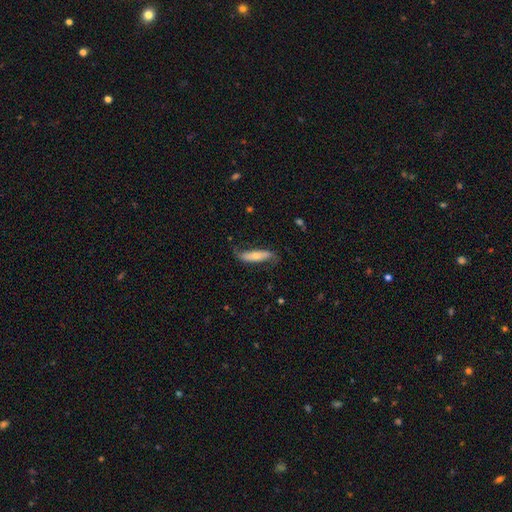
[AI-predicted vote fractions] This appears to be a featured or disk galaxy (55%). Merging: none (67%).